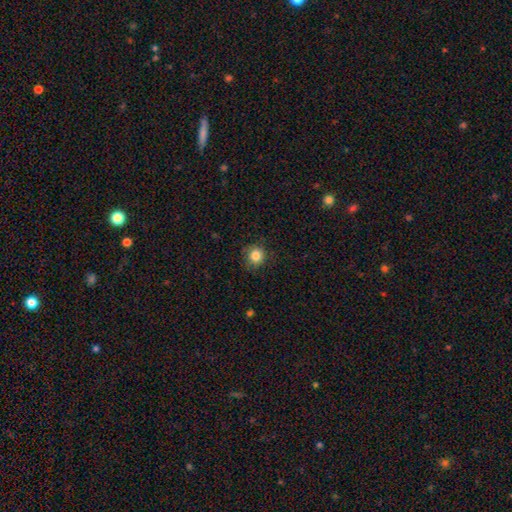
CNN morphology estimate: smooth 84%, star or artifact 11%, featured or disk 5%. Down the decision tree: how rounded — round (88%); merging — none (83%).